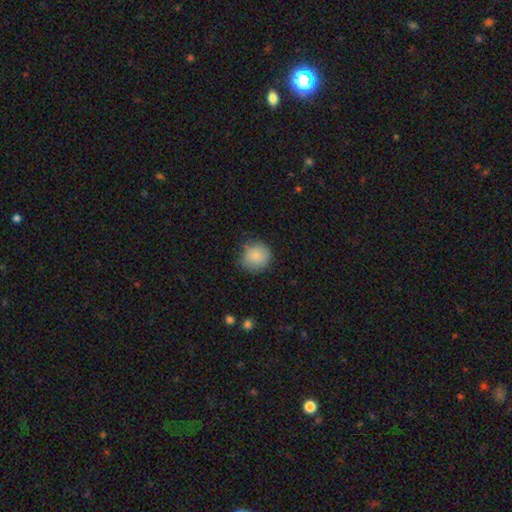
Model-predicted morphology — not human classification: The model was most divided on "merging": none: 73%, minor disturbance: 20%, major disturbance: 5%, merger: 2%. More confident: how rounded — round (87%); smooth or featured — smooth (84%).